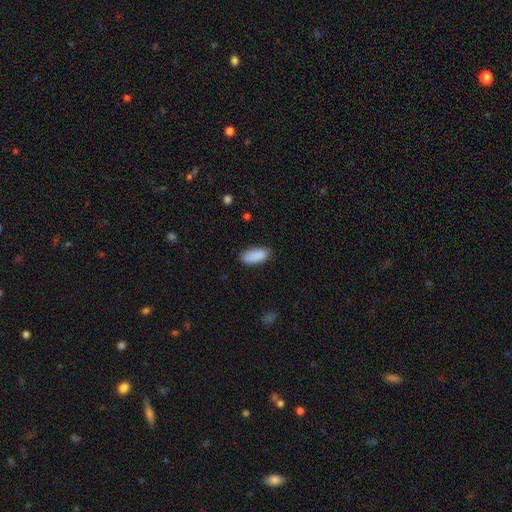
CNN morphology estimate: Overall: smooth (89%). How rounded: in between (84%). Merging: none (78%).